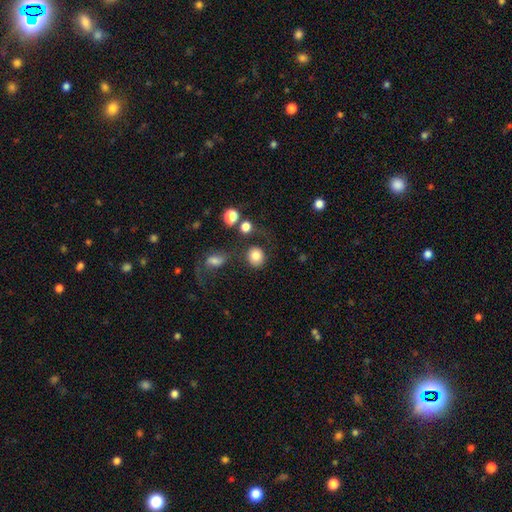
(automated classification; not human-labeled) Smooth or featured?
  - smooth: 82% *
  - star or artifact: 10%
  - featured or disk: 8%
How rounded?
  - round: 79% *
  - in between: 20%
  - cigar-shaped: 1%
Merging?
  - none: 73% *
  - minor disturbance: 12%
  - merger: 8%
  - major disturbance: 7%